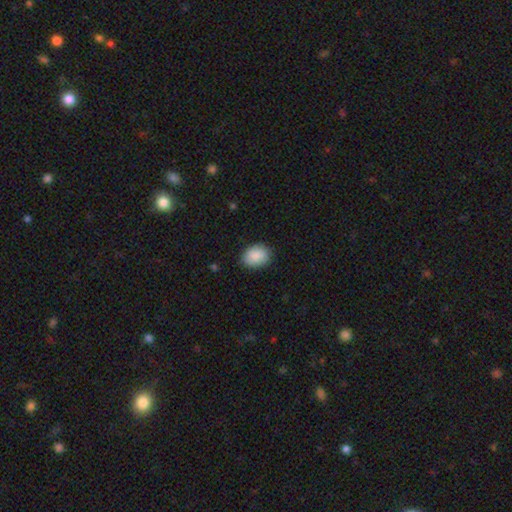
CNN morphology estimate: This appears to be a smooth galaxy with no disk features (90%) that is in between round and cigar-shaped (75%). Merging: none (83%).